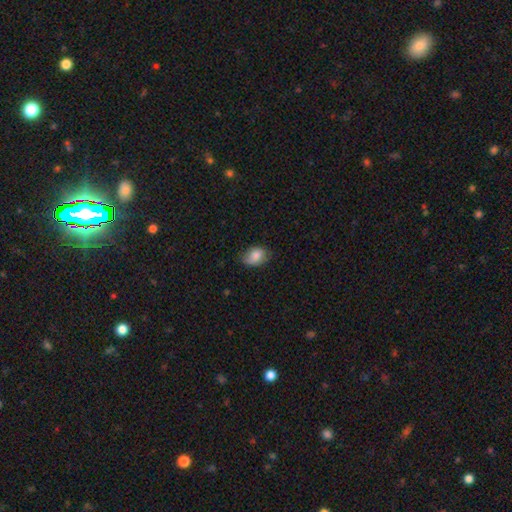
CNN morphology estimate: Smooth or featured? smooth (82%)
How rounded? in between (76%)
Merging? none (67%)